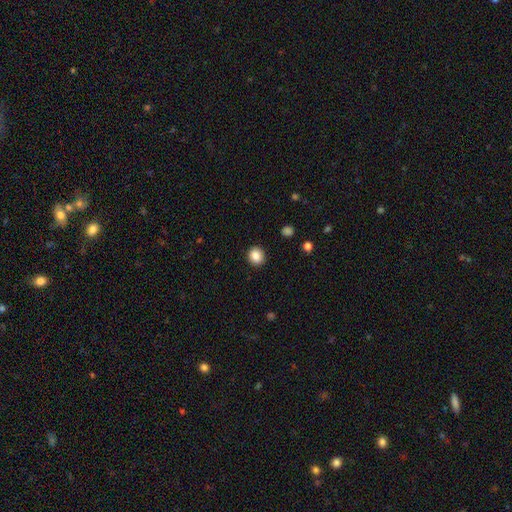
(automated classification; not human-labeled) The model was most divided on "how rounded": round: 78%, in between: 21%, cigar-shaped: 1%. More confident: merging — none (91%); smooth or featured — smooth (87%).